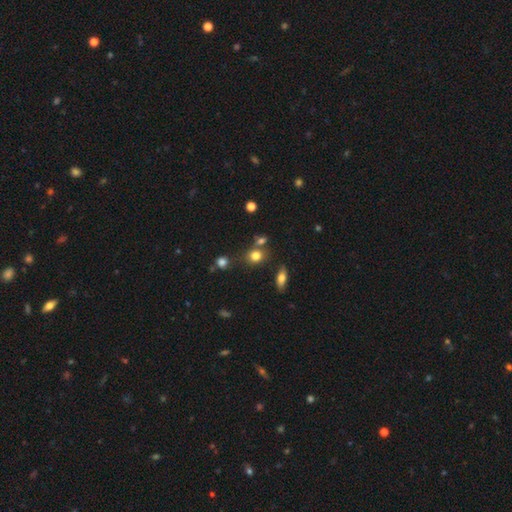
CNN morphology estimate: Smooth or featured? smooth (77%)
How rounded? round (67%)
Merging? none (66%)